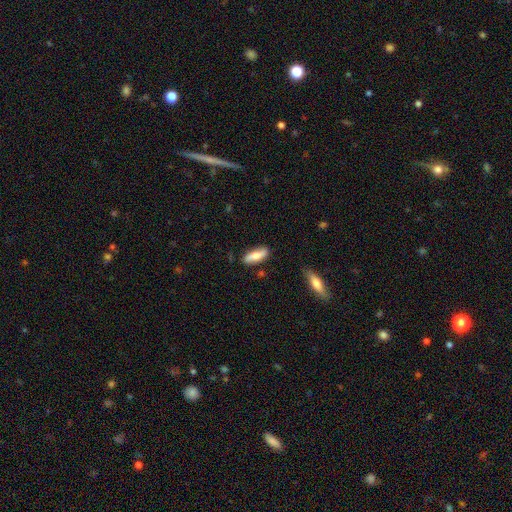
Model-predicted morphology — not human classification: This appears to be a smooth galaxy with no disk features (71%) that is in between round and cigar-shaped (58%). Merging: none (81%).